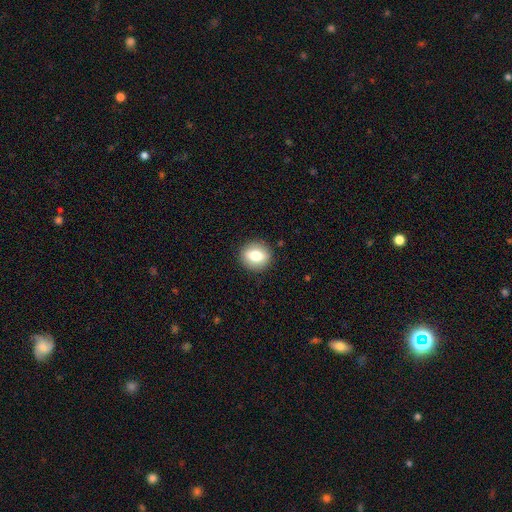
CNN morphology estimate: smooth-or-featured: smooth: 73% | featured or disk: 18% | star or artifact: 9%
  how-rounded: round: 74% | in between: 25% | cigar-shaped: 1%
  merging: none: 90% | minor disturbance: 7% | major disturbance: 2% | merger: 1%